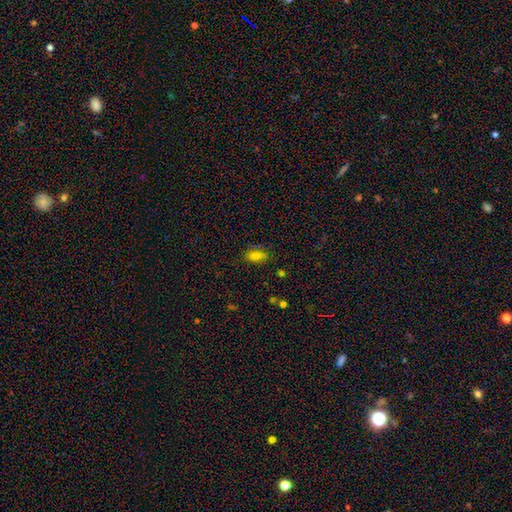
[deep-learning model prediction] A smooth galaxy with no disk features (78%) that is in between round and cigar-shaped (87%). Merging: none (76%).